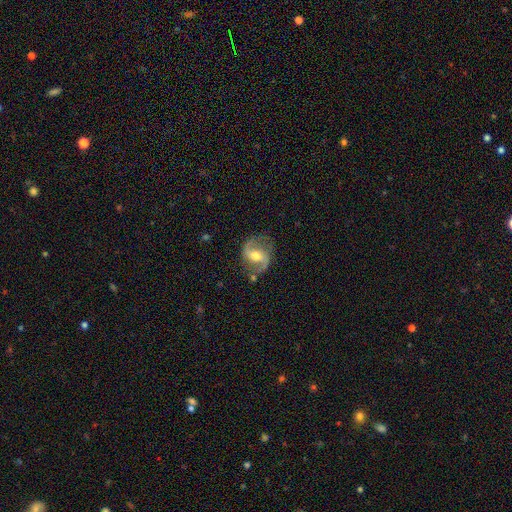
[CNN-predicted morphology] Smooth or featured? Predicted: featured or disk (p=0.87). Edge-on disk? Predicted: no (p=0.97). Bar? Predicted: weak (p=0.44). Spiral arms? Predicted: yes (p=0.96). Spiral winding? Predicted: loose (p=0.49). Spiral arm count? Predicted: 2 (p=0.93). Bulge size? Predicted: moderate (p=0.69). Merging? Predicted: none (p=0.77).